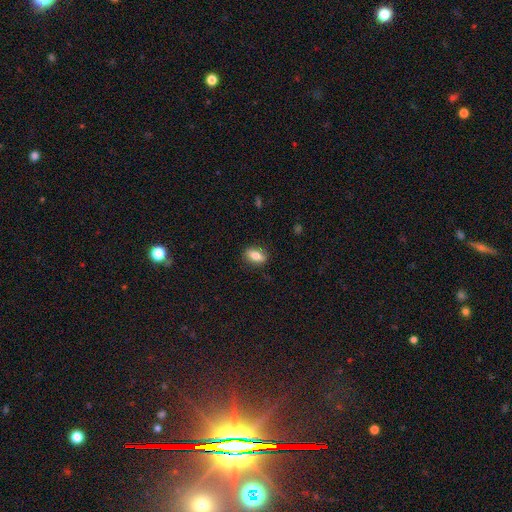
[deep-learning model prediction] Smooth or featured? Predicted: smooth (p=0.82). How rounded? Predicted: in between (p=0.84). Merging? Predicted: none (p=0.85).